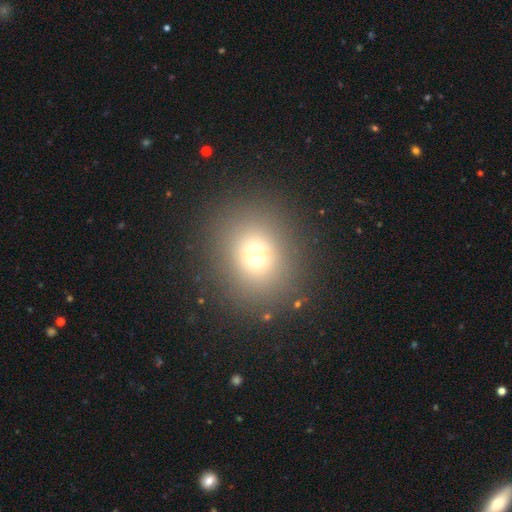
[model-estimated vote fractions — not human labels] The model was most divided on "smooth or featured": smooth: 67%, star or artifact: 20%, featured or disk: 13%. More confident: merging — none (84%); how rounded — round (73%).